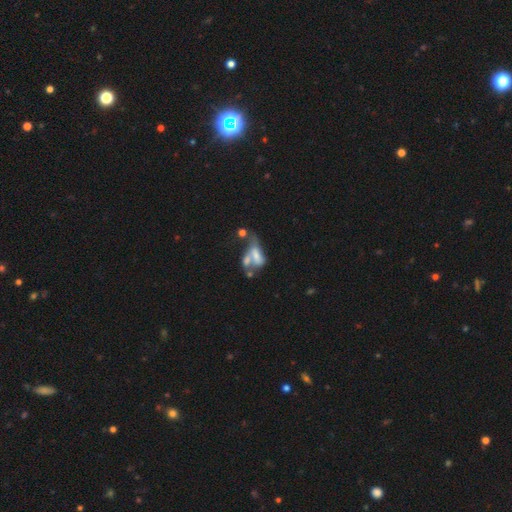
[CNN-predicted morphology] This appears to be a featured or disk galaxy (45%). Merging: merger (54%).